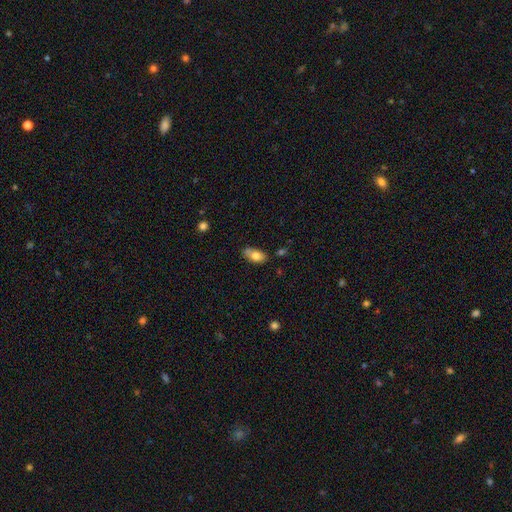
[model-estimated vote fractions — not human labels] smooth-or-featured: smooth: 75% | featured or disk: 17% | star or artifact: 7%
  how-rounded: in between: 89% | cigar-shaped: 7% | round: 4%
  merging: none: 67% | minor disturbance: 22% | merger: 7% | major disturbance: 4%